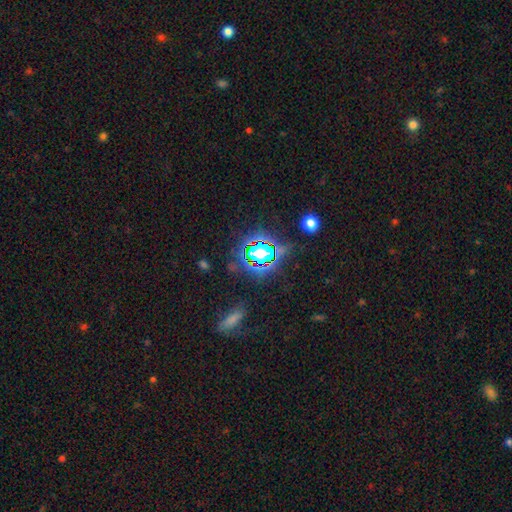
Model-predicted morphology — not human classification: This is likely a star or artifact rather than a galaxy (73%).